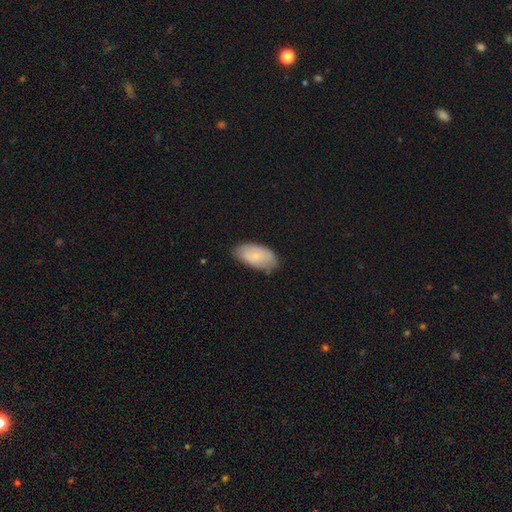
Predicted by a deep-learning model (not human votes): Smooth or featured?
  - smooth: 73% *
  - featured or disk: 21%
  - star or artifact: 6%
How rounded?
  - in between: 94% *
  - round: 3%
  - cigar-shaped: 3%
Merging?
  - none: 75% *
  - minor disturbance: 20%
  - major disturbance: 3%
  - merger: 1%